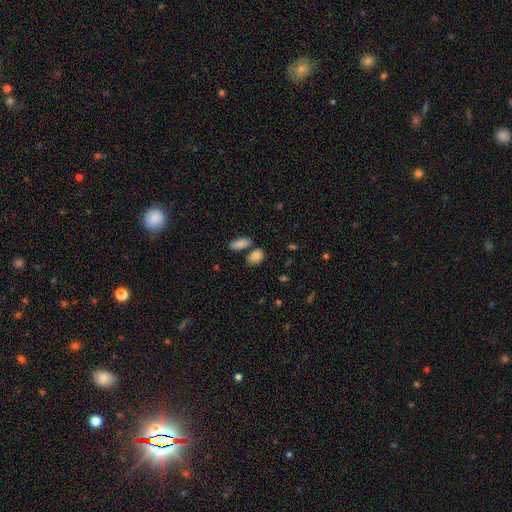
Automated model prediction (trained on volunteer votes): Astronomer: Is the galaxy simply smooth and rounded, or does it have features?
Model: smooth — 85%.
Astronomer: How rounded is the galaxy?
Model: in between — 81%.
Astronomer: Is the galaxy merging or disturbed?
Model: none — 65%.